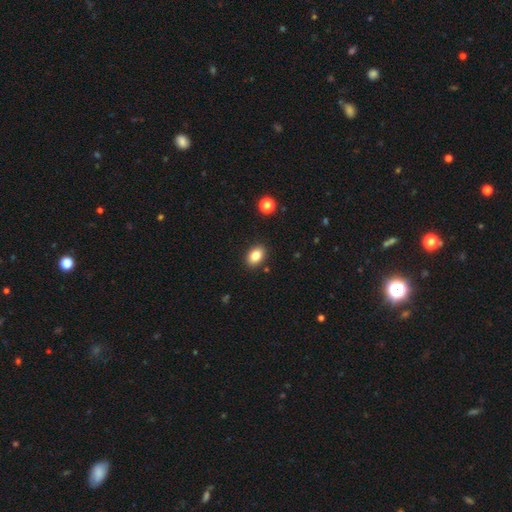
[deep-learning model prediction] smooth_or_featured: smooth (p=0.83) [alt: star or artifact p=0.09]
how_rounded: in between (p=0.78) [alt: round p=0.20]
merging: none (p=0.89) [alt: minor disturbance p=0.08]